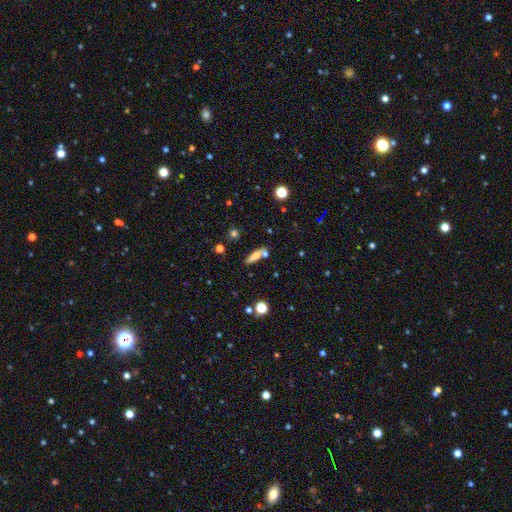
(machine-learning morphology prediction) Q: Smooth or featured?
A: smooth (66%); runner-up: featured or disk (24%)
Q: How rounded?
A: cigar-shaped (64%); runner-up: in between (32%)
Q: Merging?
A: none (63%); runner-up: merger (20%)